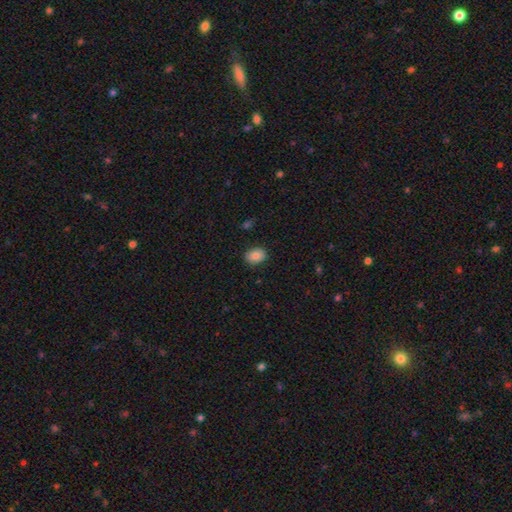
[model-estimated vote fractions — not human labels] Smooth or featured? smooth (84%)
How rounded? in between (69%)
Merging? none (87%)